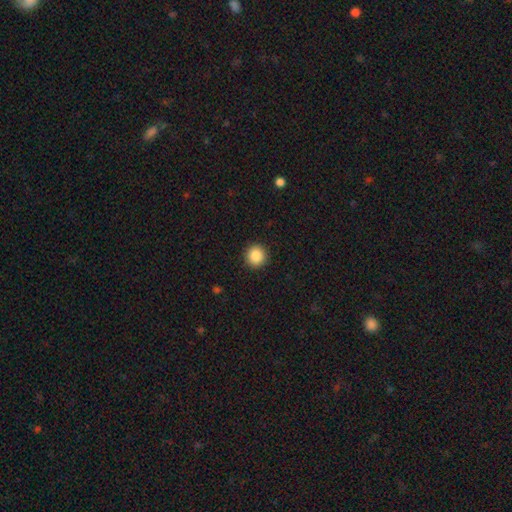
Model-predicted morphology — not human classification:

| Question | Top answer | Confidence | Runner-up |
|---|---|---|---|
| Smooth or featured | smooth | 87% | star or artifact (9%) |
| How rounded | round | 94% | in between (5%) |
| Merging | none | 93% | minor disturbance (5%) |